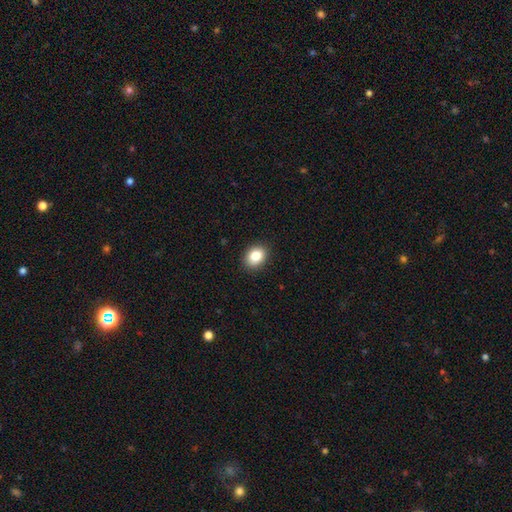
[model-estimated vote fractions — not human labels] smooth-or-featured: smooth: 84% | star or artifact: 10% | featured or disk: 7%
  how-rounded: in between: 58% | round: 42% | cigar-shaped: 1%
  merging: none: 90% | minor disturbance: 7% | major disturbance: 2% | merger: 1%